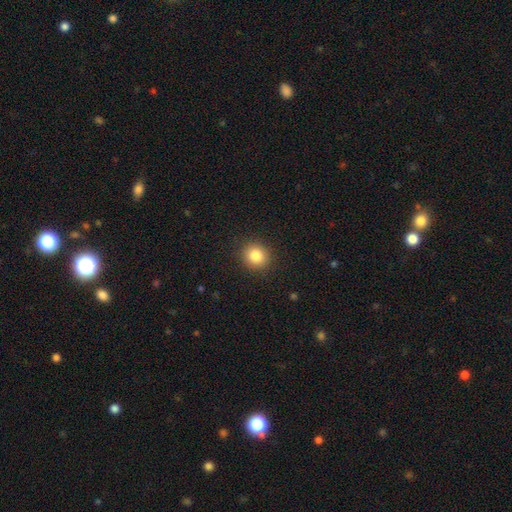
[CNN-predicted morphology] Smooth or featured? smooth (84%)
How rounded? round (84%)
Merging? none (91%)